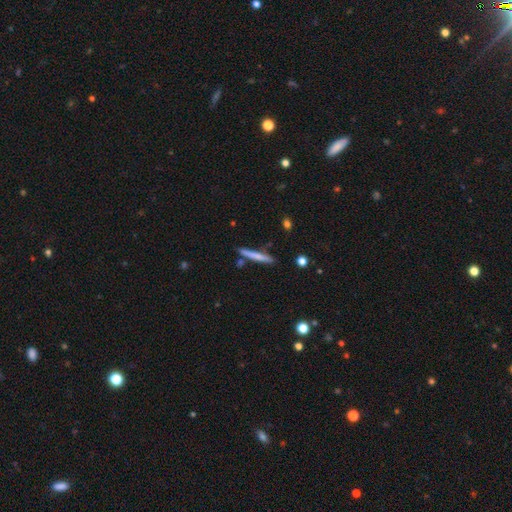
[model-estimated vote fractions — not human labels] A smooth galaxy with no disk features (67%) that is cigar-shaped (95%).

Vote fractions:
- Smooth or featured? smooth: 67% / featured or disk: 28% / star or artifact: 6%
- How rounded? cigar-shaped: 95% / in between: 3% / round: 1%
- Merging? none: 82% / minor disturbance: 11% / merger: 5% / major disturbance: 2%